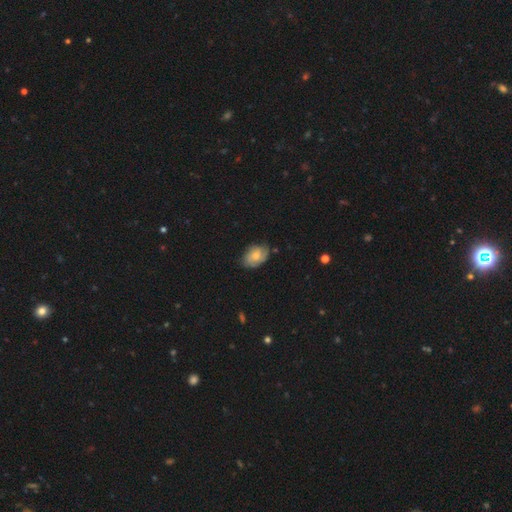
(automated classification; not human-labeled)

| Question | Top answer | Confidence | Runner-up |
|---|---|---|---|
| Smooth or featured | smooth | 54% | featured or disk (38%) |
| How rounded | in between | 83% | round (16%) |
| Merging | none | 68% | minor disturbance (25%) |